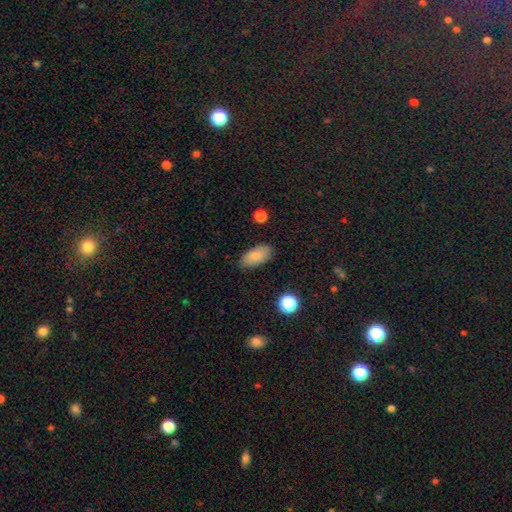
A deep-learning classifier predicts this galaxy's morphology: A smooth galaxy with no disk features (84%) that is in between round and cigar-shaped (91%). Merging: none (85%).